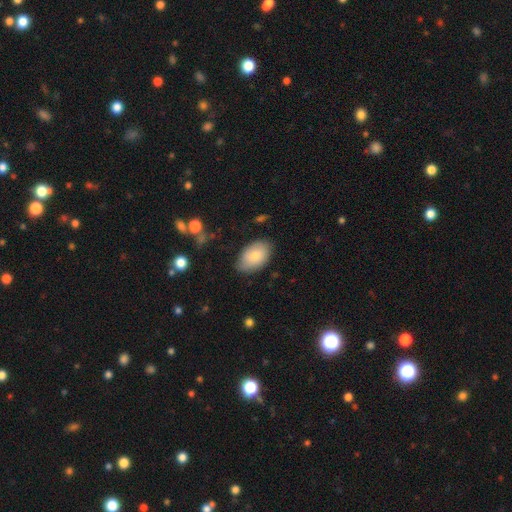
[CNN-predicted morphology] Smooth or featured: smooth — 81% (featured or disk — 12%)
How rounded: in between — 92% (round — 7%)
Merging: none — 77% (minor disturbance — 18%)